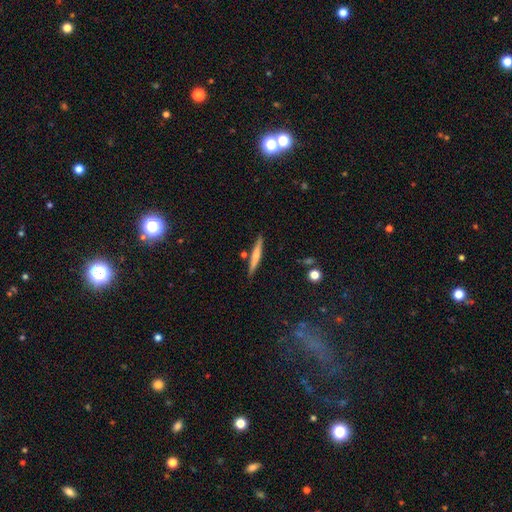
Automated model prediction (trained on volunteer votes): A smooth galaxy with no disk features (55%) that is cigar-shaped (94%).

Vote fractions:
- Smooth or featured? smooth: 55% / featured or disk: 39% / star or artifact: 6%
- How rounded? cigar-shaped: 94% / in between: 4% / round: 2%
- Merging? none: 85% / minor disturbance: 9% / merger: 4% / major disturbance: 2%